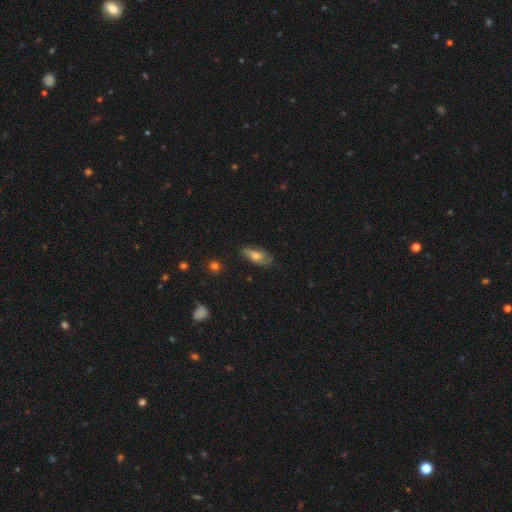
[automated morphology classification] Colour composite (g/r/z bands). It shows a smooth galaxy with no disk features (51%) that is in between round and cigar-shaped (76%). Merging: none (62%).